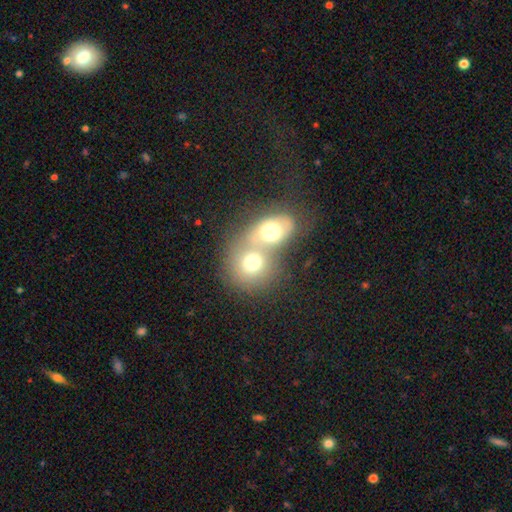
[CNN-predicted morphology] This is possibly a smooth galaxy (54%). How rounded: likely round (63%). Merging: clearly merger (82%).